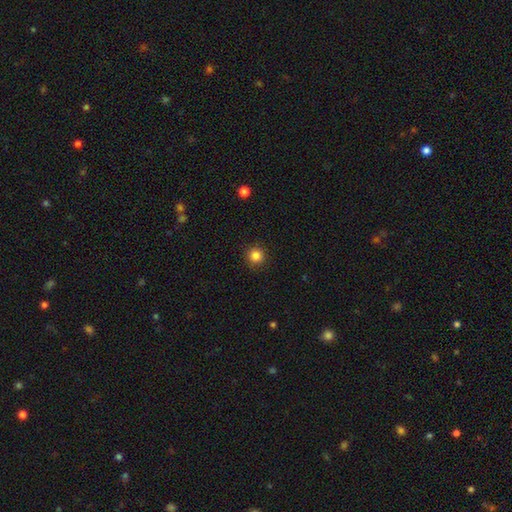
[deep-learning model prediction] The model was most divided on "smooth or featured": smooth: 85%, star or artifact: 11%, featured or disk: 3%. More confident: how rounded — round (95%); merging — none (91%).